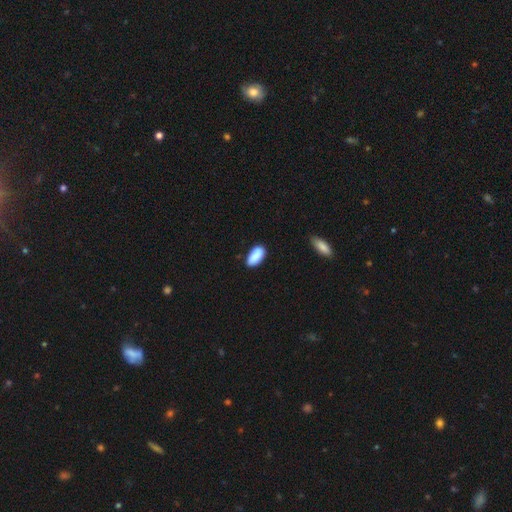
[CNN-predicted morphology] A smooth galaxy with no disk features (88%) that is in between round and cigar-shaped (91%). Merging: none (75%).